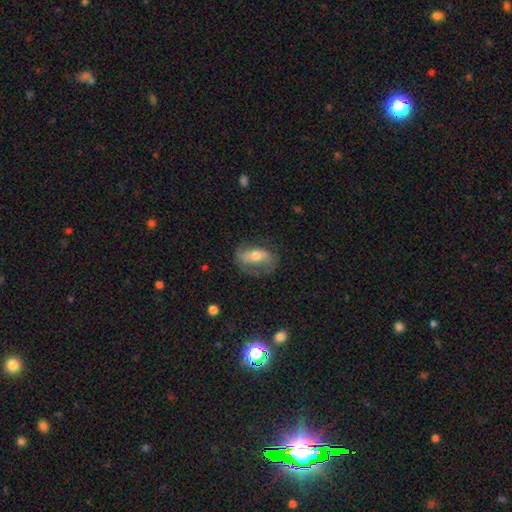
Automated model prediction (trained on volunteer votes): Overall: featured or disk (52%; smooth 39%). Edge-on disk: no (88%). Merging: none (65%).